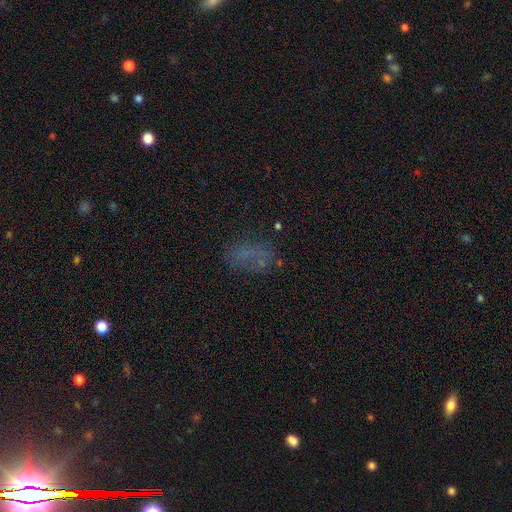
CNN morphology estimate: smooth_or_featured: smooth (p=0.54) [alt: star or artifact p=0.24]
how_rounded: in between (p=0.85) [alt: round p=0.10]
merging: none (p=0.59) [alt: minor disturbance p=0.19]